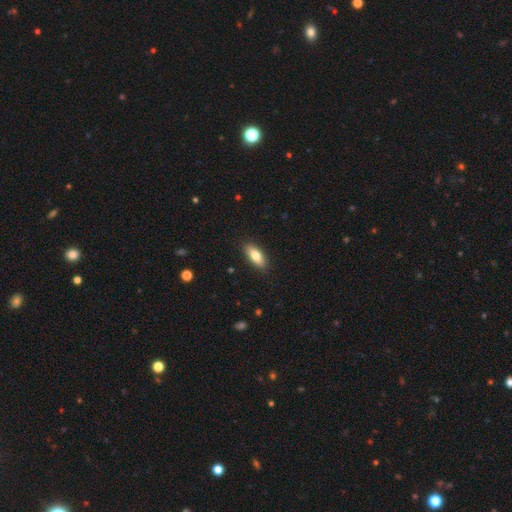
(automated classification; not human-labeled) Q: Smooth or featured?
A: smooth (79%); runner-up: featured or disk (15%)
Q: How rounded?
A: in between (76%); runner-up: cigar-shaped (21%)
Q: Merging?
A: none (88%); runner-up: minor disturbance (9%)